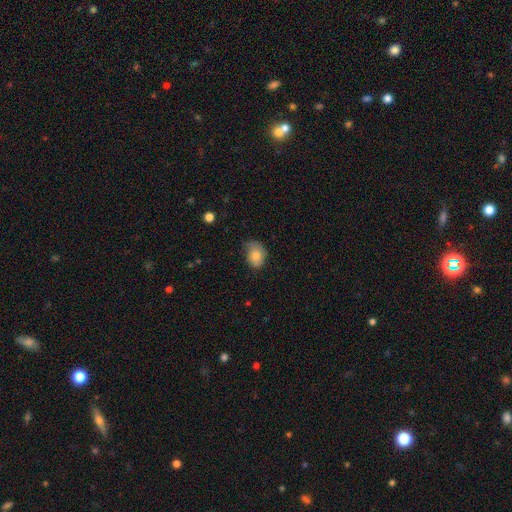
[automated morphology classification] smooth 79%, featured or disk 13%, star or artifact 8%. Down the decision tree: how rounded — in between (68%); merging — none (51%).